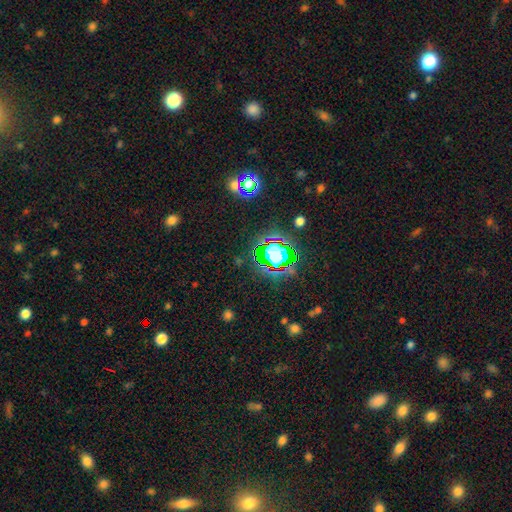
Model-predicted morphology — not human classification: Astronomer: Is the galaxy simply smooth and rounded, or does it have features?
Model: star or artifact — 80%.